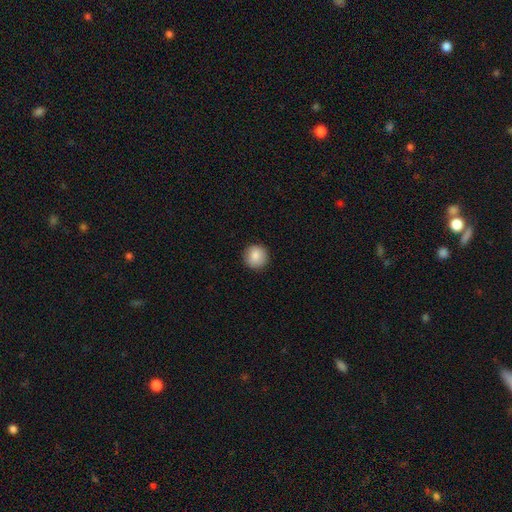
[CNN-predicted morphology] Smooth or featured?
  - smooth: 87% *
  - star or artifact: 8%
  - featured or disk: 5%
How rounded?
  - round: 95% *
  - in between: 4%
  - cigar-shaped: 1%
Merging?
  - none: 91% *
  - minor disturbance: 6%
  - major disturbance: 2%
  - merger: 1%